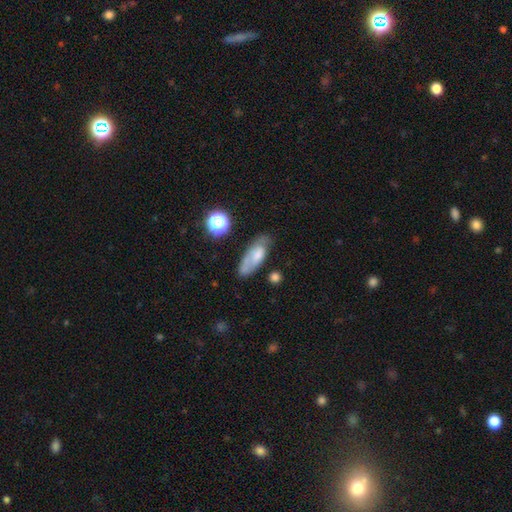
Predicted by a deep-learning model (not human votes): A smooth galaxy with no disk features (61%) that is in between round and cigar-shaped (73%). Merging: none (57%).